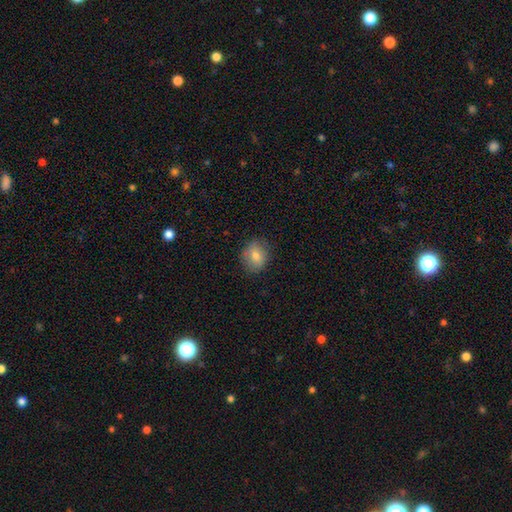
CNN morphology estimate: smooth 78%, featured or disk 13%, star or artifact 9%. Down the decision tree: how rounded — round (65%); merging — none (83%).